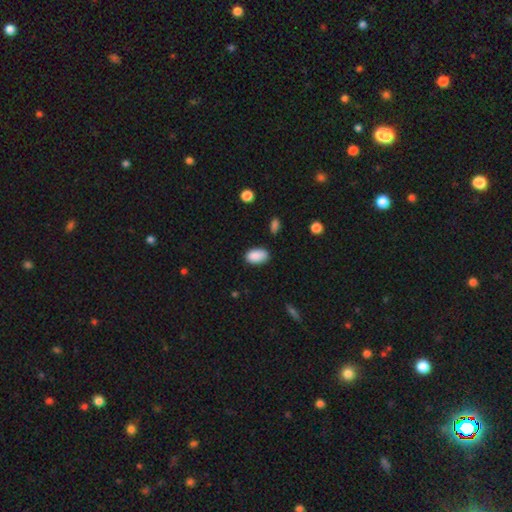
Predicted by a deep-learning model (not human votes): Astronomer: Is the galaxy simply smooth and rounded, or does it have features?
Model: smooth — 88%.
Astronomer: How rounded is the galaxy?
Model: in between — 92%.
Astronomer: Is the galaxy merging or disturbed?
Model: none — 74%.